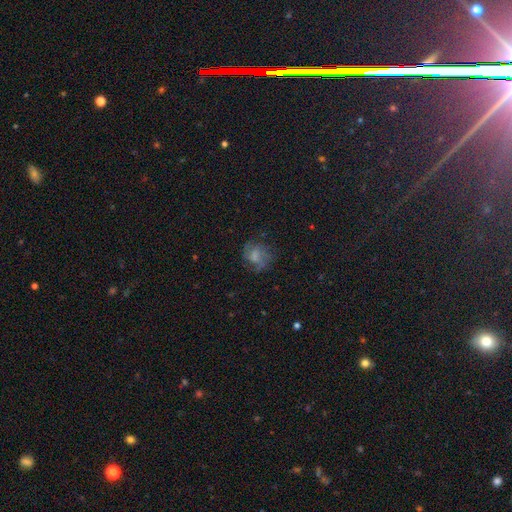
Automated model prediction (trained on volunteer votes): The model was most divided on "smooth or featured": featured or disk: 45%, smooth: 43%, star or artifact: 12%. More confident: merging — none (60%).